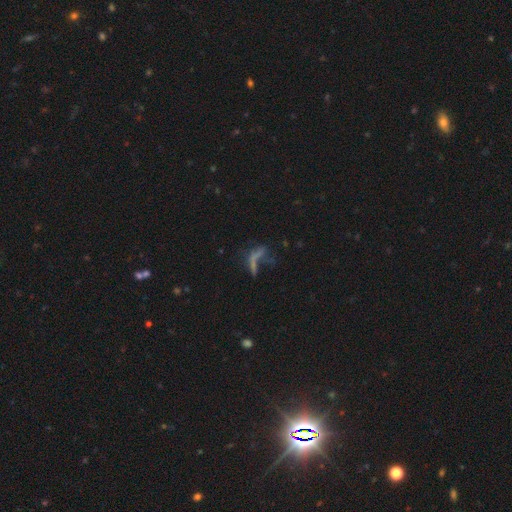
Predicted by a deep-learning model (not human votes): Smooth or featured? featured or disk (38%)
Merging? none (36%)